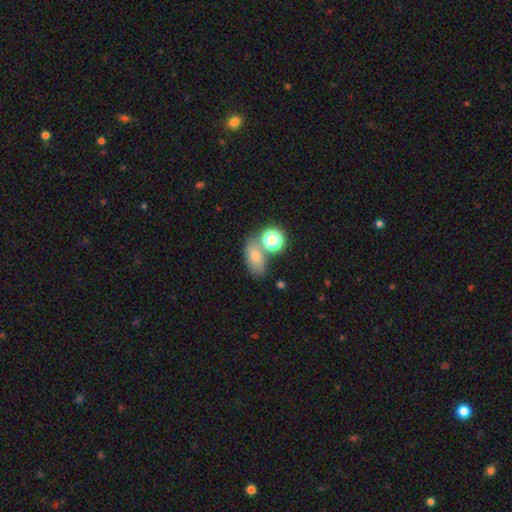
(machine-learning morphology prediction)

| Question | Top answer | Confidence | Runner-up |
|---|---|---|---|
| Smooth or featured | smooth | 67% | star or artifact (18%) |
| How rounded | in between | 74% | round (22%) |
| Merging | none | 57% | merger (25%) |